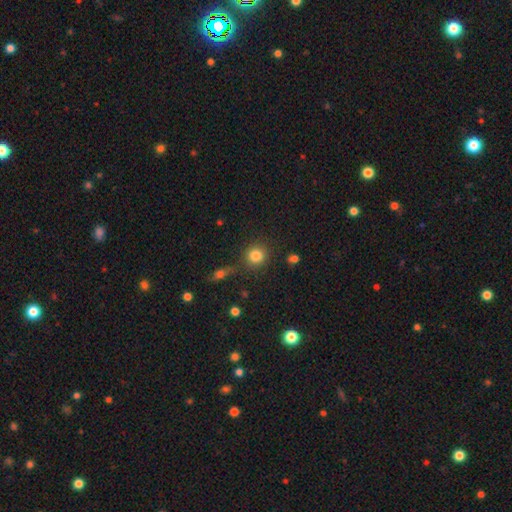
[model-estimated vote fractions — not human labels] Overall: smooth (82%). How rounded: round (90%). Merging: none (81%).